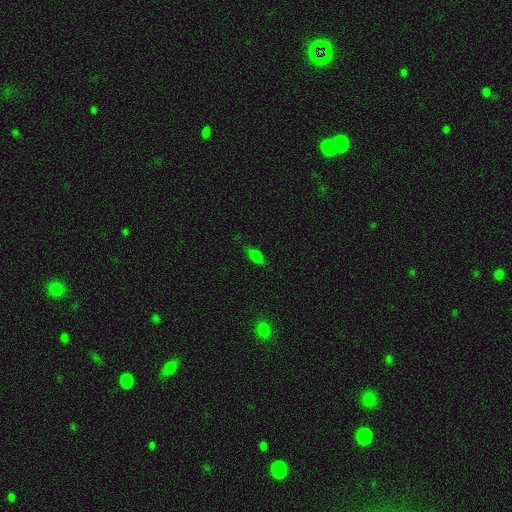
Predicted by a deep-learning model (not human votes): Smooth or featured? Predicted: smooth (p=0.71). How rounded? Predicted: in between (p=0.78). Merging? Predicted: none (p=0.79).